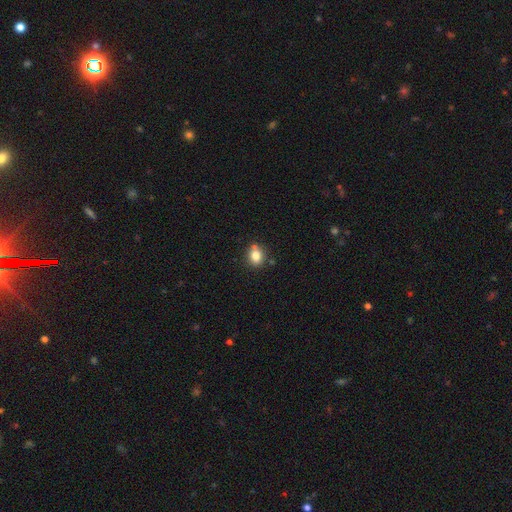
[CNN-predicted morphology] This appears to be a smooth galaxy with no disk features (81%) that is round (60%). Merging: none (72%).